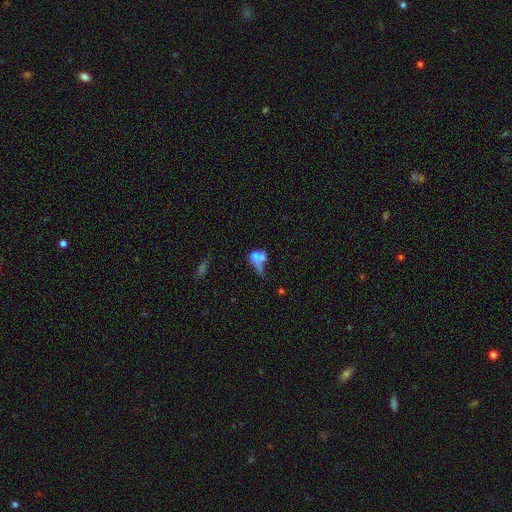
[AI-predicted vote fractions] Q: Smooth or featured?
A: smooth (56%); runner-up: featured or disk (31%)
Q: How rounded?
A: in between (50%); runner-up: round (40%)
Q: Merging?
A: merger (46%); runner-up: none (22%)